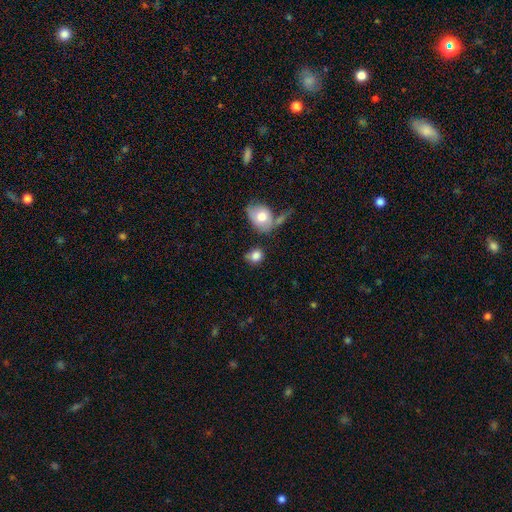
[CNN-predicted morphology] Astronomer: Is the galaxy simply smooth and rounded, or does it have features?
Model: smooth — 81%.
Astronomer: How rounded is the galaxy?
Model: round — 56% (runner-up: in between, 43%).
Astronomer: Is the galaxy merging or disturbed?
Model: none — 56%.